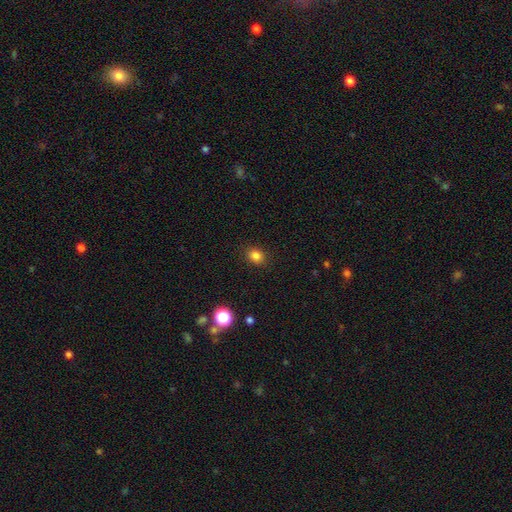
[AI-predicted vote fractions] The model was most divided on "how rounded": round: 59%, in between: 40%, cigar-shaped: 1%. More confident: merging — none (89%); smooth or featured — smooth (83%).